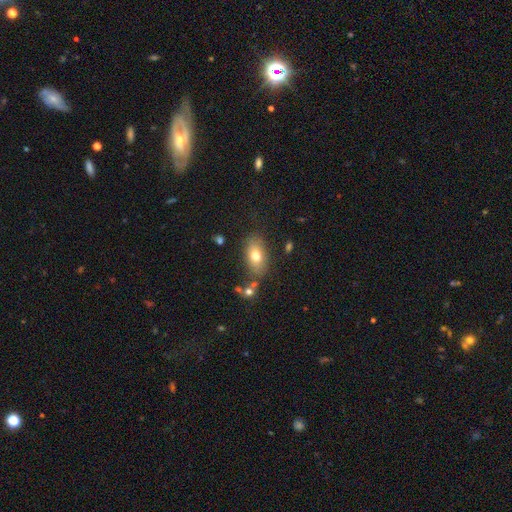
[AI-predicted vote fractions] The model was most divided on "smooth or featured": smooth: 75%, featured or disk: 17%, star or artifact: 8%. More confident: how rounded — in between (89%); merging — none (74%).